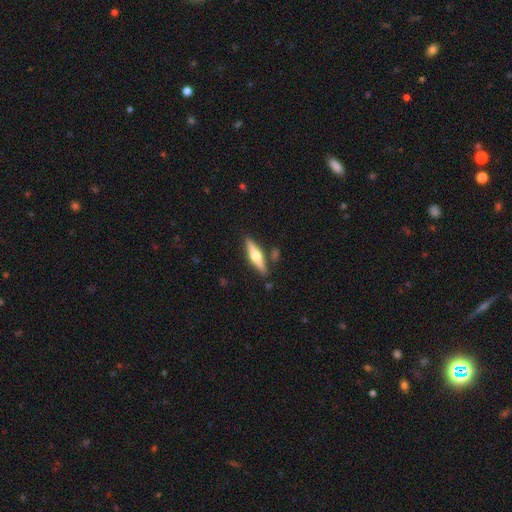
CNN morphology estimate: The model was most divided on "smooth or featured": featured or disk: 62%, smooth: 32%, star or artifact: 5%. More confident: edge-on disk — yes (95%); edge-on bulge — rounded (95%); merging — none (85%).